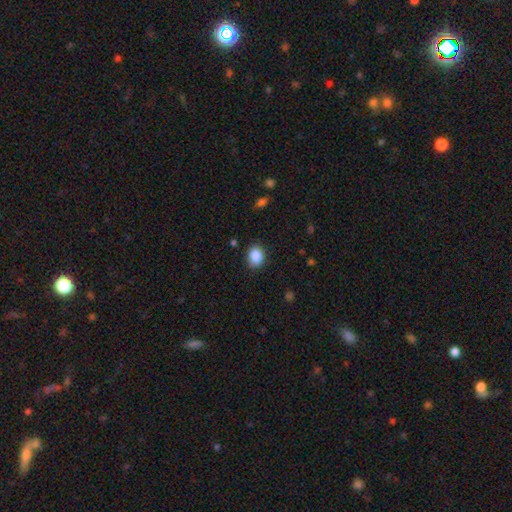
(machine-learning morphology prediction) A smooth galaxy with no disk features (87%) that is in between round and cigar-shaped (52%).

Vote fractions:
- Smooth or featured? smooth: 87% / star or artifact: 9% / featured or disk: 4%
- How rounded? in between: 52% / round: 47% / cigar-shaped: 1%
- Merging? none: 85% / minor disturbance: 11% / major disturbance: 3% / merger: 1%